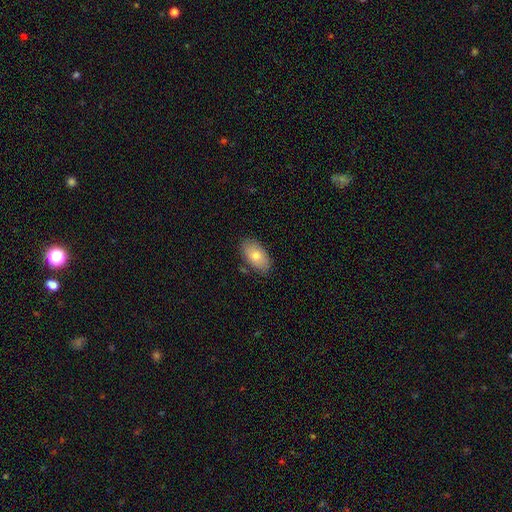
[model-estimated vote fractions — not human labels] Overall: smooth (77%). How rounded: in between (93%). Merging: none (84%).